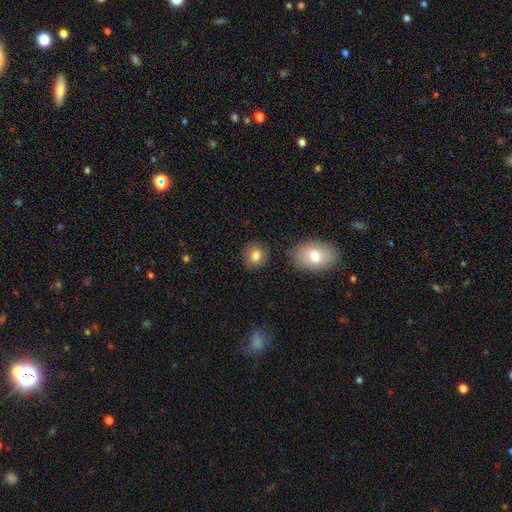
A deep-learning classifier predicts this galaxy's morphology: smooth 81%, featured or disk 9%, star or artifact 9%. Down the decision tree: how rounded — round (78%); merging — none (85%).